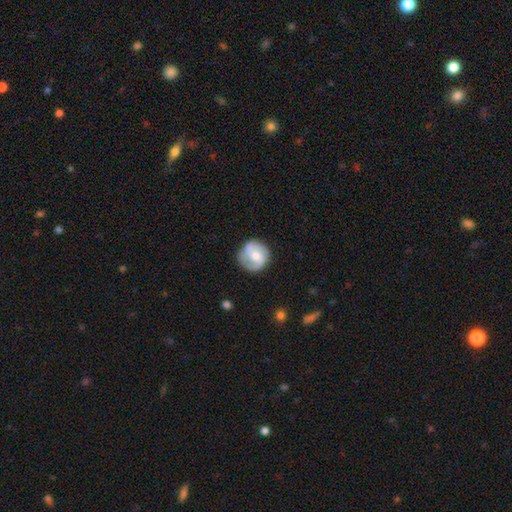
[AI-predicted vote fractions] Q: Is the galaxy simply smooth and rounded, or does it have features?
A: featured or disk — 54%.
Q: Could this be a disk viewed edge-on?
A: no — 97%.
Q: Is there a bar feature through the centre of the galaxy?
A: no — 54%.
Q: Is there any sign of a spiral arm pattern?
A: yes — 79%.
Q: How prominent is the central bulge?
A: moderate — 58%.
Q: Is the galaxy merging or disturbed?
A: none — 73%.